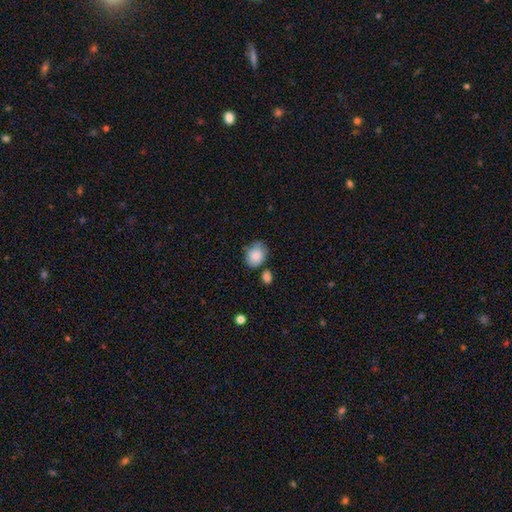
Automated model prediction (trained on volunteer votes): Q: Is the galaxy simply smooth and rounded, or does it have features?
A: smooth — 84%.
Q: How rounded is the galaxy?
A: in between — 51%.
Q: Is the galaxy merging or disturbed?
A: none — 59%.